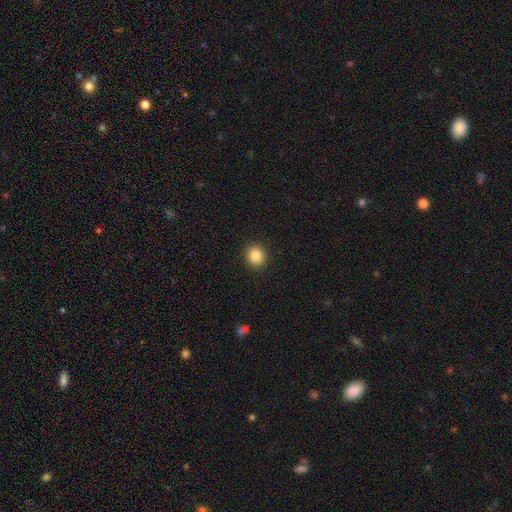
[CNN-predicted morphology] This appears to be a smooth galaxy with no disk features (86%) that is round (82%). Merging: none (92%).